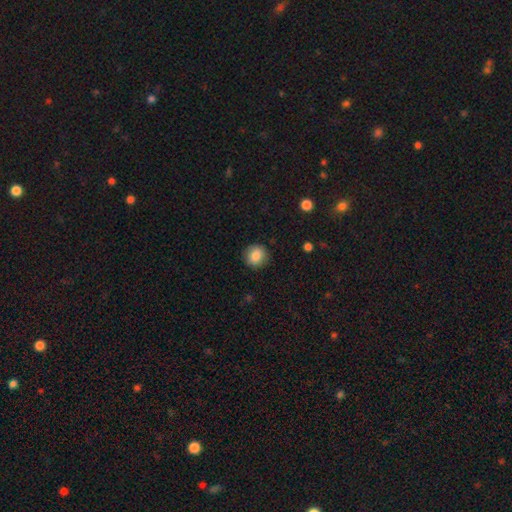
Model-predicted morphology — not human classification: smooth 86%, star or artifact 9%, featured or disk 5%. Down the decision tree: how rounded — round (87%); merging — none (88%).